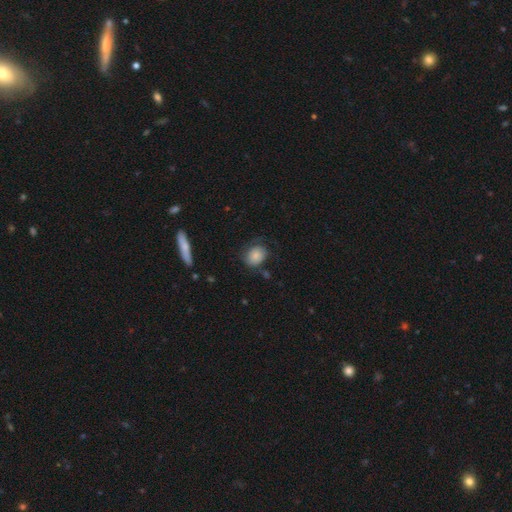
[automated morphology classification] Overall: smooth (73%). How rounded: round (51%; in between 47%). Merging: none (54%; minor disturbance 28%).